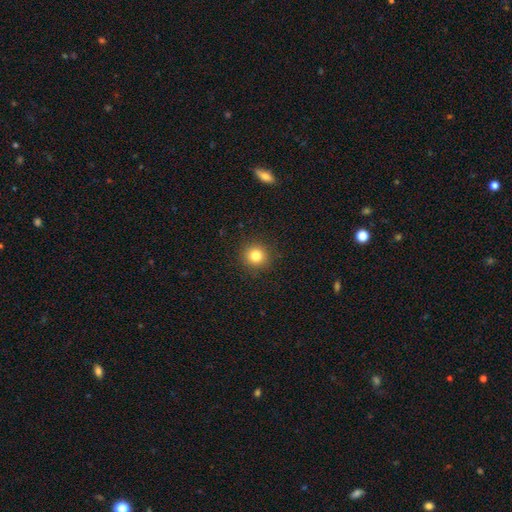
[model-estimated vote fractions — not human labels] A smooth galaxy with no disk features (82%) that is round (93%). Merging: none (91%).